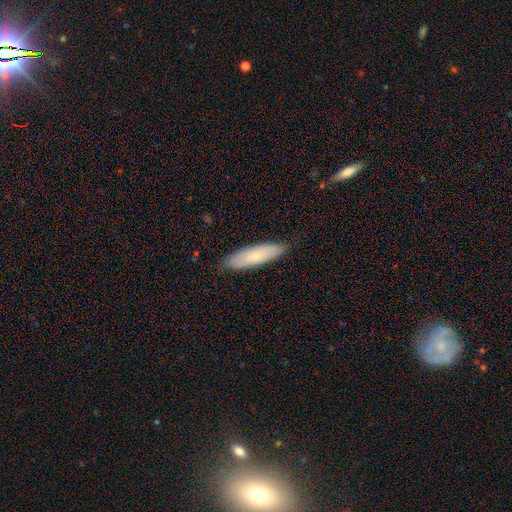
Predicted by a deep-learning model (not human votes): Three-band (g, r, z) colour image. It shows a smooth galaxy with no disk features (65%) that is cigar-shaped (56%). Merging: none (83%).